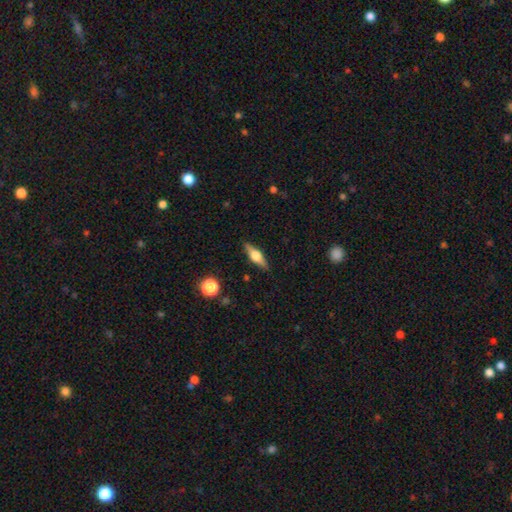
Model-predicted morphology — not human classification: The model was most divided on "smooth or featured": featured or disk: 59%, smooth: 34%, star or artifact: 7%. More confident: edge-on disk — yes (95%); edge-on bulge — rounded (92%); merging — none (88%).